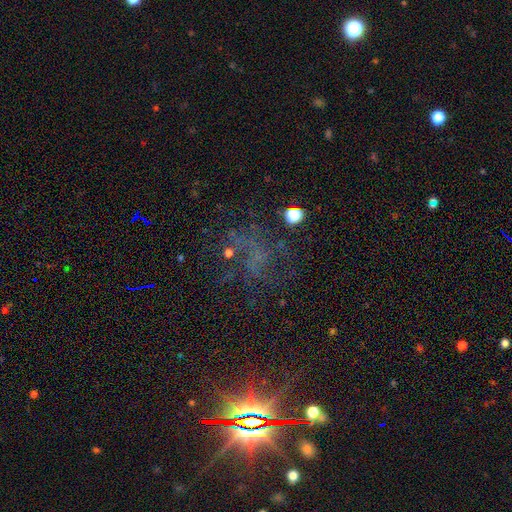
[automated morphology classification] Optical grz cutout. It shows a star or artifact, not a galaxy (52%).